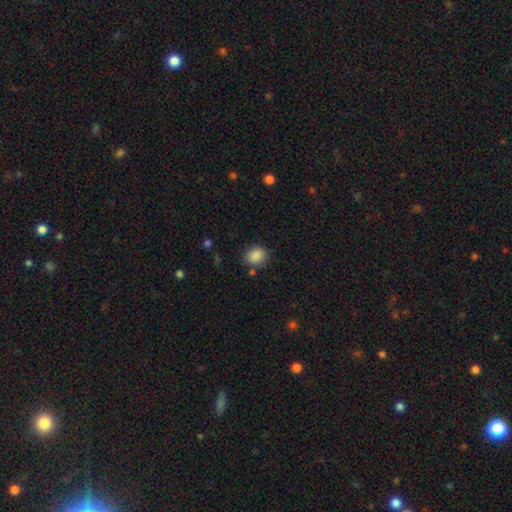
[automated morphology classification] A smooth galaxy with no disk features (87%) that is round (53%).

Vote fractions:
- Smooth or featured? smooth: 87% / star or artifact: 9% / featured or disk: 4%
- How rounded? round: 53% / in between: 46% / cigar-shaped: 1%
- Merging? none: 80% / minor disturbance: 13% / major disturbance: 4% / merger: 3%